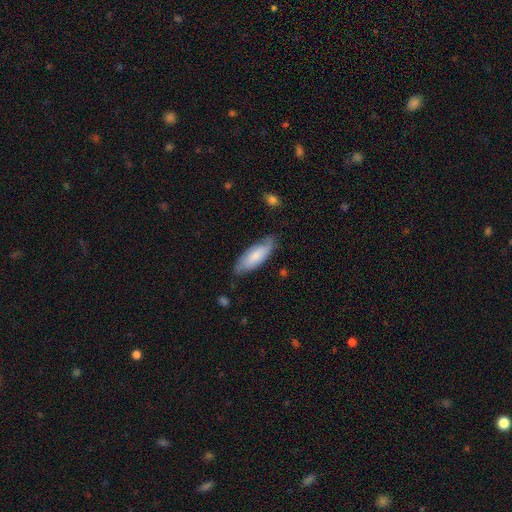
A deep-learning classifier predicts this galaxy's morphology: smooth-or-featured: smooth: 67% | featured or disk: 27% | star or artifact: 6%
  how-rounded: in between: 70% | cigar-shaped: 29% | round: 2%
  merging: none: 71% | minor disturbance: 23% | major disturbance: 4% | merger: 2%